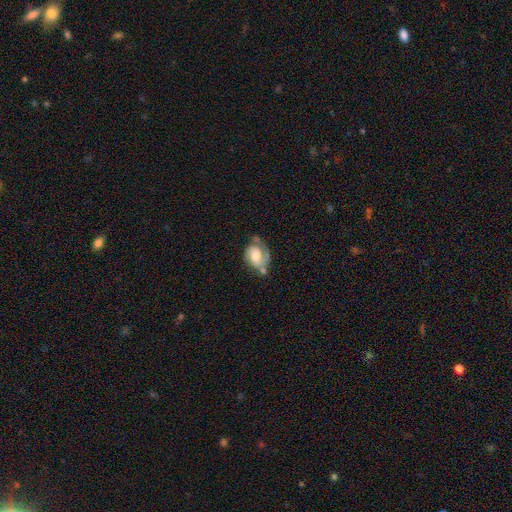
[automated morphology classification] Smooth or featured: featured or disk — 61% (smooth — 32%)
Edge-on disk: no — 97% (yes — 3%)
Bar: no — 64% (weak — 30%)
Spiral arms: yes — 84% (no — 16%)
Bulge size: moderate — 50% (large — 27%)
Merging: none — 39% (minor disturbance — 28%)